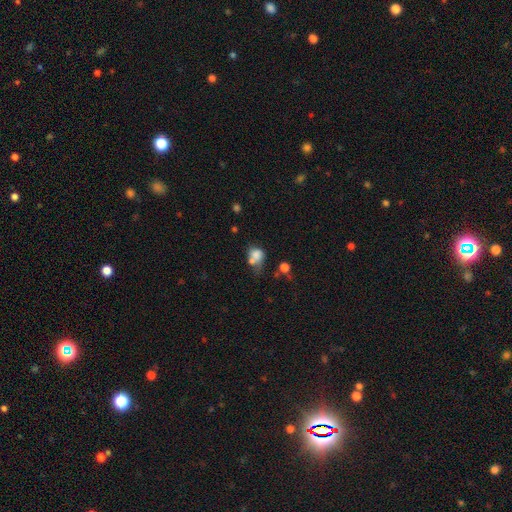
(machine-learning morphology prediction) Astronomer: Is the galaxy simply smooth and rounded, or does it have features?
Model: smooth — 73%.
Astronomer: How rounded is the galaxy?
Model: round — 51% (runner-up: in between, 48%).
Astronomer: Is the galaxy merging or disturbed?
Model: merger — 42% (runner-up: none, 26%).